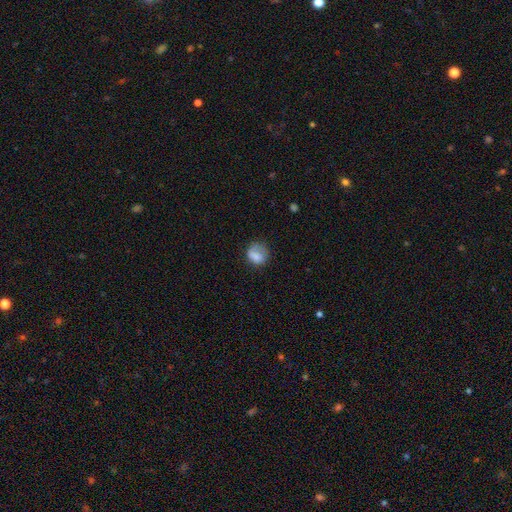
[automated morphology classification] Smooth or featured?
  - smooth: 74% *
  - featured or disk: 17%
  - star or artifact: 9%
How rounded?
  - round: 69% *
  - in between: 30%
  - cigar-shaped: 1%
Merging?
  - none: 50% *
  - minor disturbance: 25%
  - major disturbance: 22%
  - merger: 3%